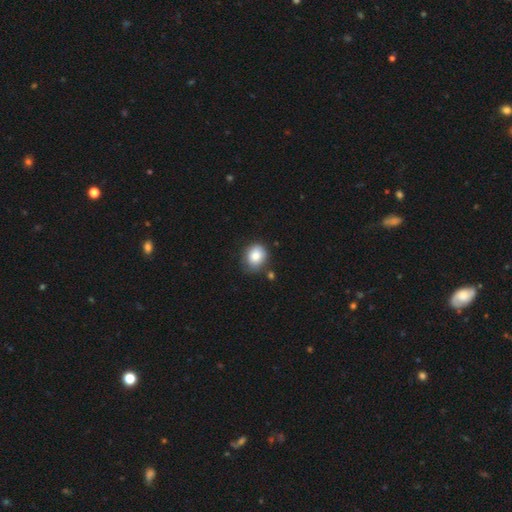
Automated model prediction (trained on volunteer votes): The model was most divided on "how rounded": round: 62%, in between: 37%, cigar-shaped: 1%. More confident: smooth or featured — smooth (83%); merging — none (70%).